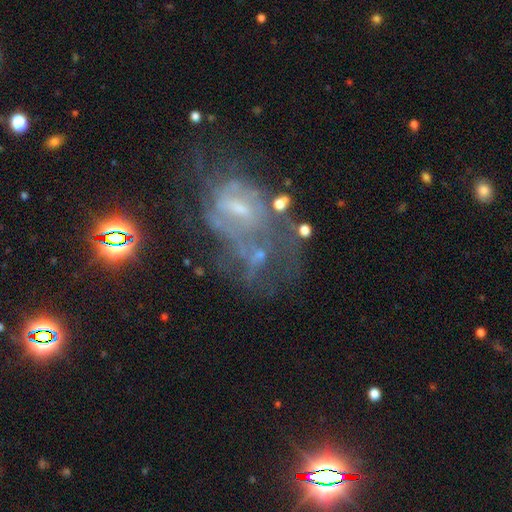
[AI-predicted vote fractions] Smooth or featured: featured or disk — 65% (smooth — 17%)
Edge-on disk: no — 96% (yes — 4%)
Bar: no — 48% (weak — 39%)
Spiral arms: no — 57% (yes — 43%)
Bulge size: small — 45% (moderate — 26%)
Merging: major disturbance — 37% (none — 30%)